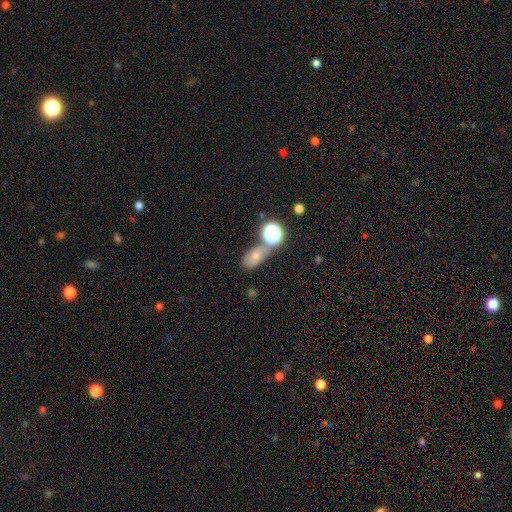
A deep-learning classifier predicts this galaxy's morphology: The model was most divided on "merging": none: 51%, merger: 25%, minor disturbance: 16%, major disturbance: 8%. More confident: how rounded — in between (77%); smooth or featured — smooth (61%).